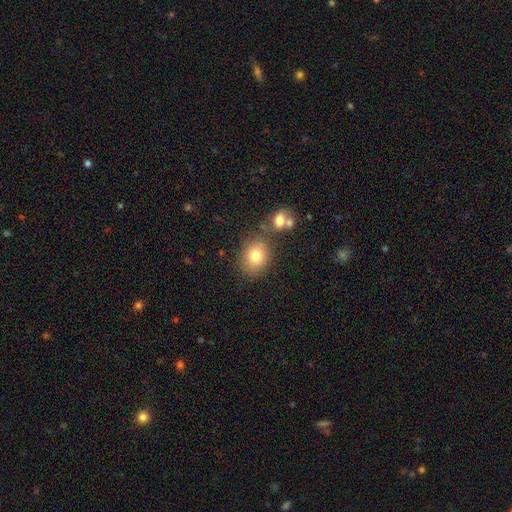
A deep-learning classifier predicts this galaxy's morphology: A smooth galaxy with no disk features (79%) that is round (58%). Merging: none (71%).